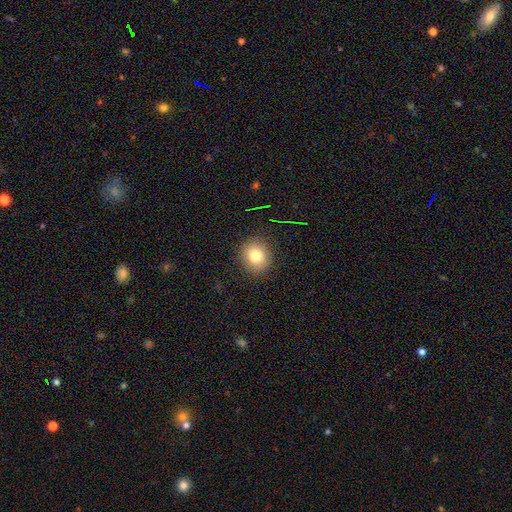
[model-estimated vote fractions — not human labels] smooth_or_featured: smooth (p=0.78) [alt: star or artifact p=0.12]
how_rounded: round (p=0.81) [alt: in between p=0.18]
merging: none (p=0.89) [alt: minor disturbance p=0.07]